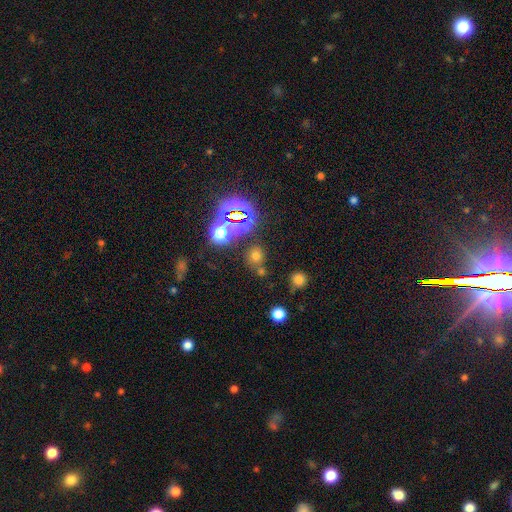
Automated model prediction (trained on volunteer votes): Overall: smooth (59%; star or artifact 34%). How rounded: round (80%). Merging: none (71%).